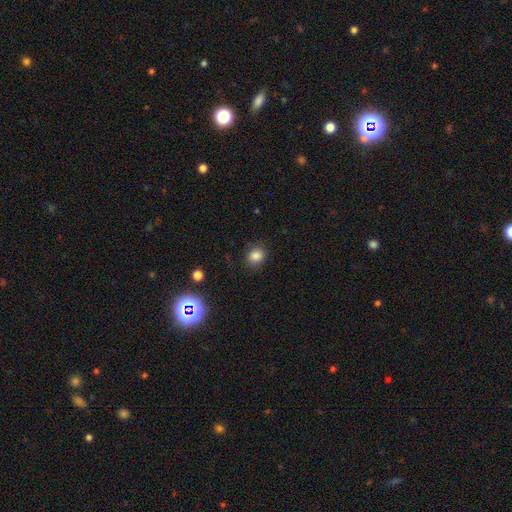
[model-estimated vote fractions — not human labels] Smooth or featured: smooth — 83% (star or artifact — 13%)
How rounded: round — 70% (in between — 29%)
Merging: none — 83% (minor disturbance — 12%)